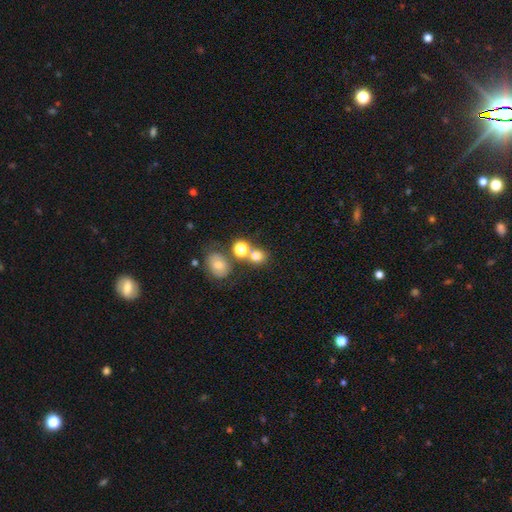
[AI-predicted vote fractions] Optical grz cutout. It shows a smooth galaxy with no disk features (74%) that is round (74%). Merging: none (54%).